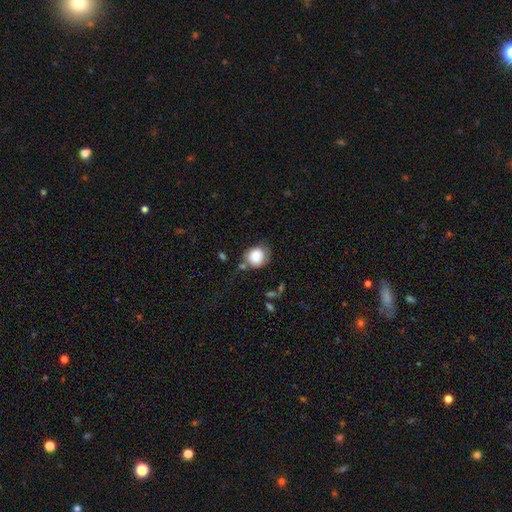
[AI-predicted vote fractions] A smooth galaxy with no disk features (84%) that is round (82%). Merging: none (63%).